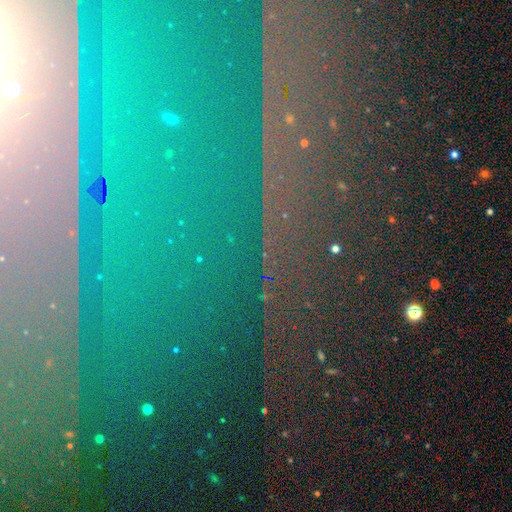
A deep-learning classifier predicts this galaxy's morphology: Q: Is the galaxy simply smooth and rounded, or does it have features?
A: star or artifact — 83%.